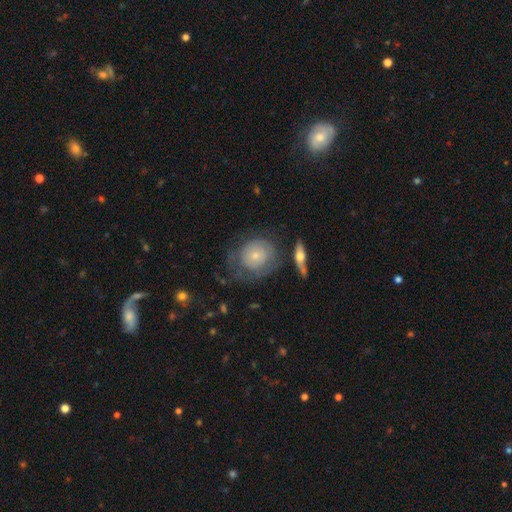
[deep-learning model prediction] Smooth or featured?
  - smooth: 51% *
  - featured or disk: 41%
  - star or artifact: 8%
How rounded?
  - round: 75% *
  - in between: 24%
  - cigar-shaped: 1%
Merging?
  - none: 47% *
  - minor disturbance: 26%
  - major disturbance: 22%
  - merger: 5%